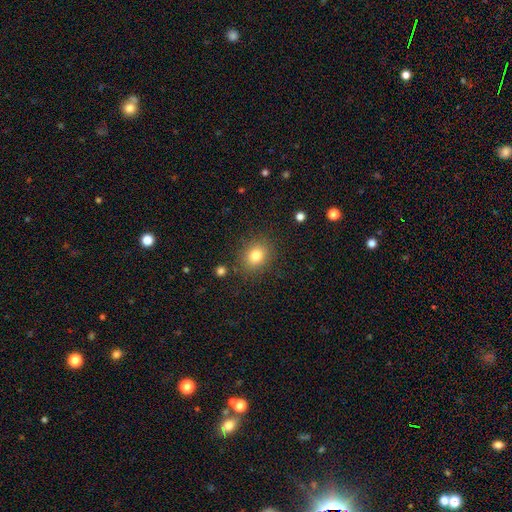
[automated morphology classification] Smooth or featured? smooth (80%)
How rounded? round (60%)
Merging? none (85%)